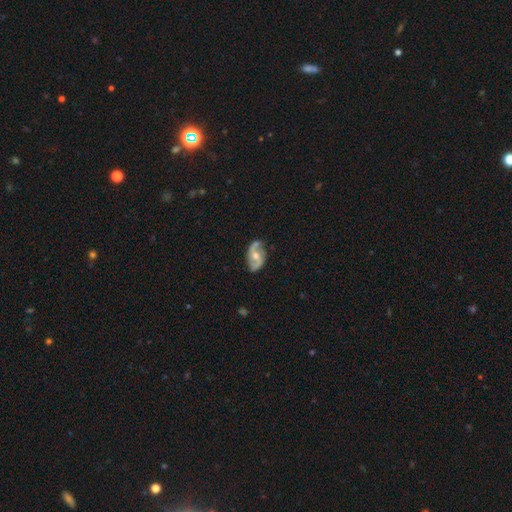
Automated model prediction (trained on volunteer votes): Smooth or featured? Predicted: featured or disk (p=0.82). Edge-on disk? Predicted: no (p=0.96). Bar? Predicted: no (p=0.54). Spiral arms? Predicted: yes (p=0.93). Spiral winding? Predicted: loose (p=0.48). Spiral arm count? Predicted: 2 (p=0.91). Bulge size? Predicted: moderate (p=0.69). Merging? Predicted: none (p=0.75).